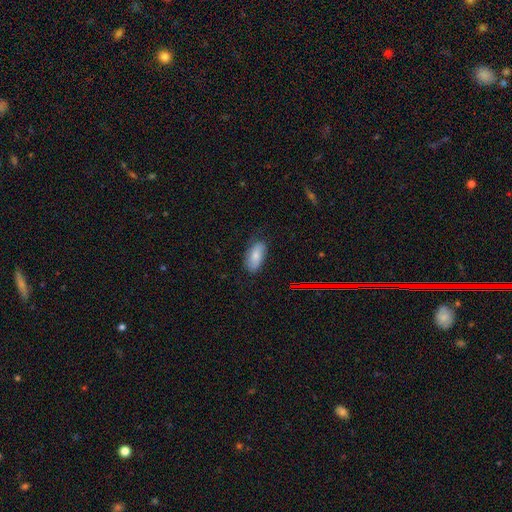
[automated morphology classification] A smooth galaxy with no disk features (75%) that is in between round and cigar-shaped (90%). Merging: none (72%).